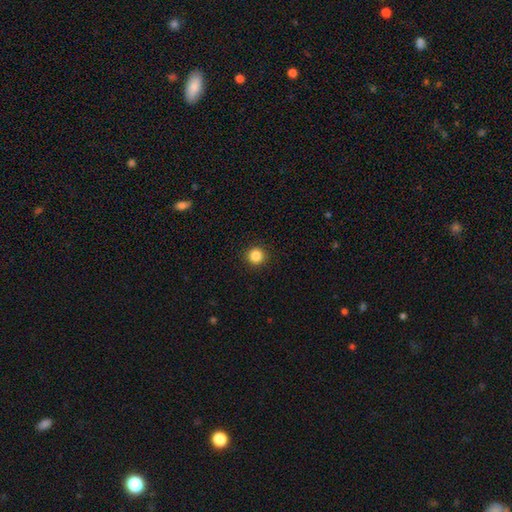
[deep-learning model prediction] smooth-or-featured: smooth: 86% | star or artifact: 11% | featured or disk: 3%
  how-rounded: round: 95% | in between: 4% | cigar-shaped: 1%
  merging: none: 93% | minor disturbance: 5% | major disturbance: 2% | merger: 1%